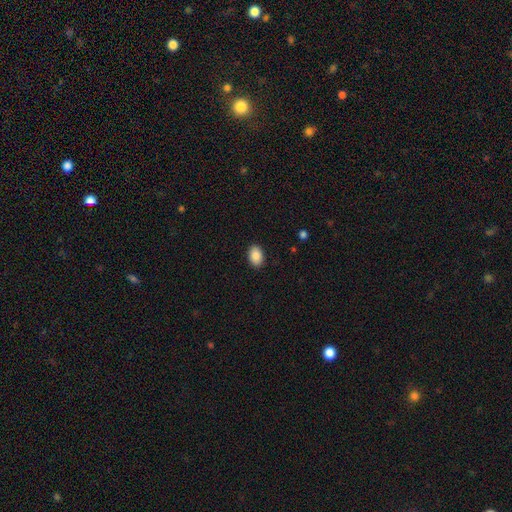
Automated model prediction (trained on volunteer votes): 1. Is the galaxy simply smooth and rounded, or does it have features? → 88% smooth, 7% star or artifact, 5% featured or disk.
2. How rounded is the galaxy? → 86% in between, 13% round, 1% cigar-shaped.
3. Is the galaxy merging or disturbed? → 90% none, 7% minor disturbance, 2% major disturbance, 1% merger.